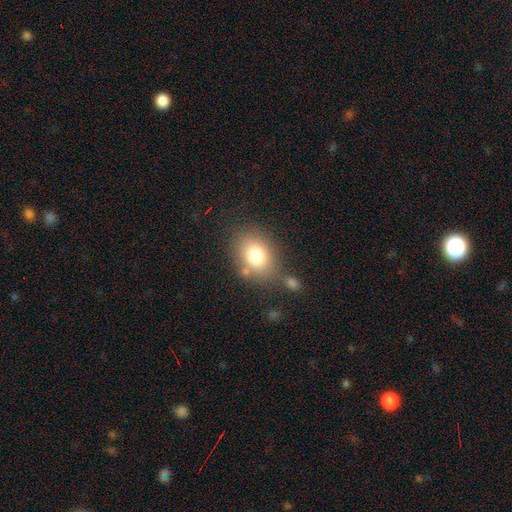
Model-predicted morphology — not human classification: Smooth or featured? Predicted: smooth (p=0.77). How rounded? Predicted: in between (p=0.60). Merging? Predicted: none (p=0.67).